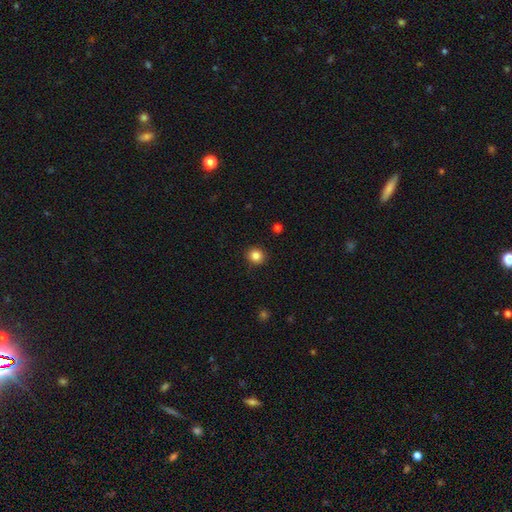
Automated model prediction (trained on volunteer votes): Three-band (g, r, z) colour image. It shows a smooth galaxy with no disk features (85%) that is round (86%). Merging: none (91%).